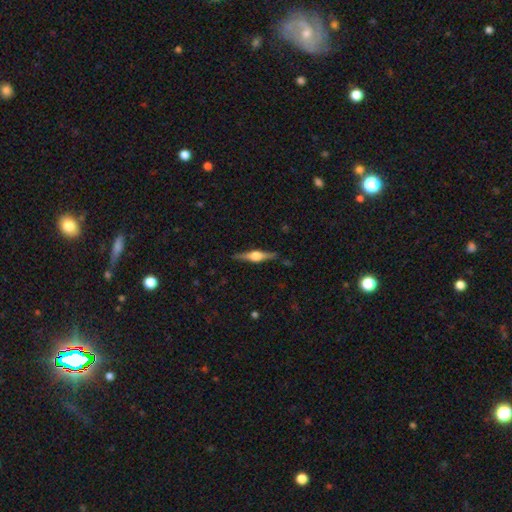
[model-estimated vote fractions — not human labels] Smooth or featured? Predicted: featured or disk (p=0.75). Edge-on disk? Predicted: yes (p=0.98). Edge-on bulge? Predicted: rounded (p=0.91). Merging? Predicted: none (p=0.88).